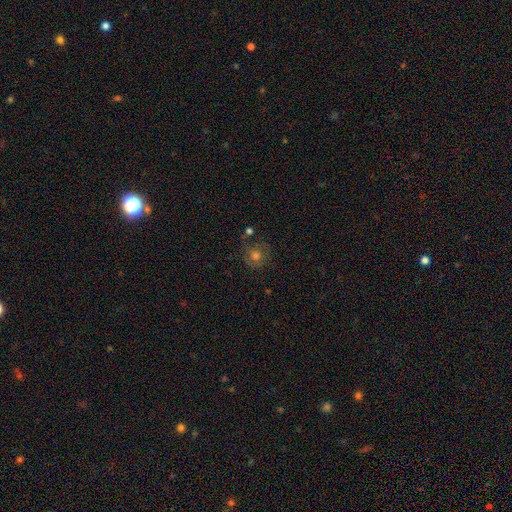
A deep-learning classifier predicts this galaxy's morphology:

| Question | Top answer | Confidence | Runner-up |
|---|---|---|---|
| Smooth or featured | smooth | 42% | featured or disk (40%) |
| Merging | none | 71% | minor disturbance (15%) |